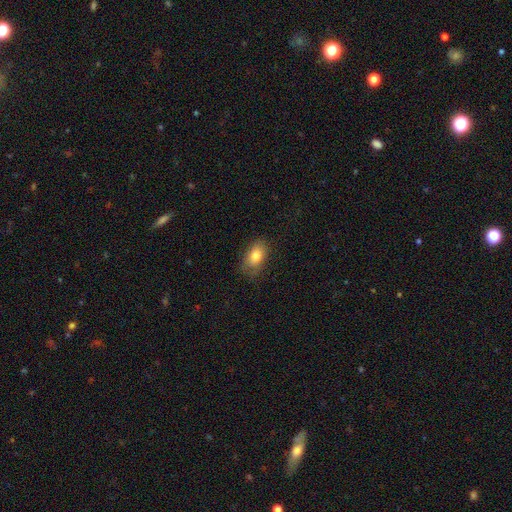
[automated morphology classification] Smooth or featured?
  - smooth: 80% *
  - featured or disk: 11%
  - star or artifact: 8%
How rounded?
  - in between: 88% *
  - round: 10%
  - cigar-shaped: 2%
Merging?
  - none: 73% *
  - minor disturbance: 20%
  - major disturbance: 5%
  - merger: 1%